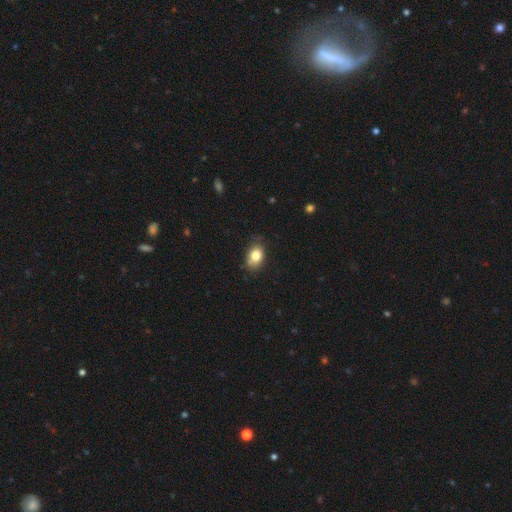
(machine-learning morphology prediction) A smooth galaxy with no disk features (81%) that is in between round and cigar-shaped (76%).

Vote fractions:
- Smooth or featured? smooth: 81% / featured or disk: 10% / star or artifact: 9%
- How rounded? in between: 76% / round: 22% / cigar-shaped: 1%
- Merging? none: 69% / minor disturbance: 24% / major disturbance: 5% / merger: 2%